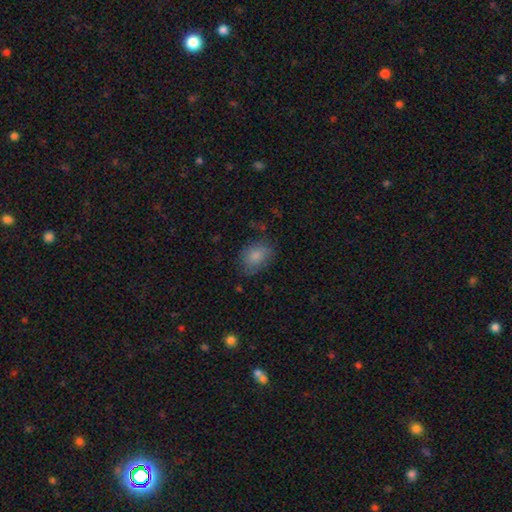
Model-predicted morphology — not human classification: Q: Smooth or featured?
A: smooth (82%); runner-up: featured or disk (10%)
Q: How rounded?
A: in between (70%); runner-up: round (29%)
Q: Merging?
A: none (66%); runner-up: minor disturbance (24%)